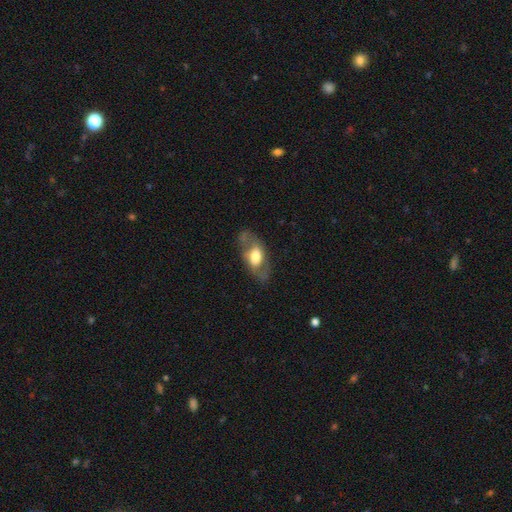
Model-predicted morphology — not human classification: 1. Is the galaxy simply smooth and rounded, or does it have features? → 47% featured or disk, 46% smooth, 7% star or artifact.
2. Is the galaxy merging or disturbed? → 61% none, 23% minor disturbance, 13% major disturbance, 3% merger.